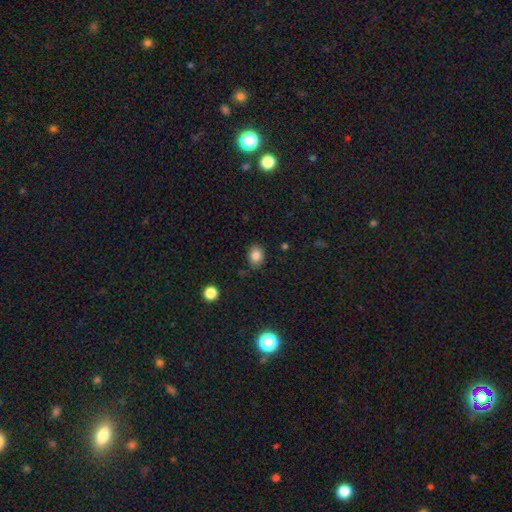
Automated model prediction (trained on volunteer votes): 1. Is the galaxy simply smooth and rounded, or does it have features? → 84% smooth, 10% star or artifact, 6% featured or disk.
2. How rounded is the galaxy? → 52% in between, 47% round, 1% cigar-shaped.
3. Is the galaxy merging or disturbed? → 83% none, 12% minor disturbance, 3% major disturbance, 2% merger.